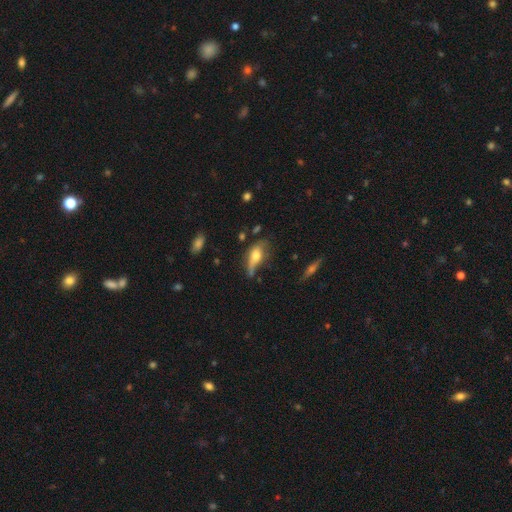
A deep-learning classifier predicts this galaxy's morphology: A smooth galaxy with no disk features (57%) that is in between round and cigar-shaped (75%).

Vote fractions:
- Smooth or featured? smooth: 57% / featured or disk: 34% / star or artifact: 10%
- How rounded? in between: 75% / cigar-shaped: 17% / round: 8%
- Merging? minor disturbance: 32% / none: 31% / major disturbance: 28% / merger: 9%